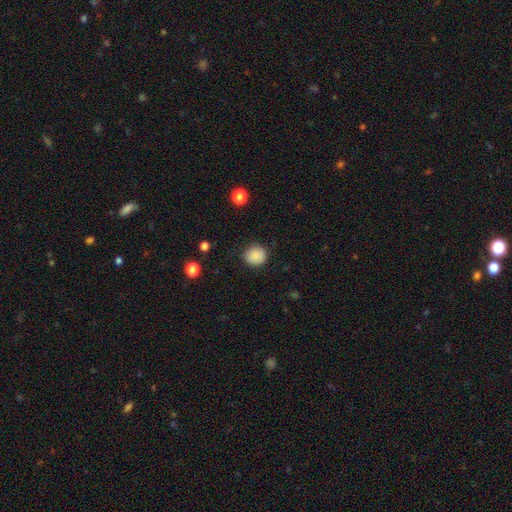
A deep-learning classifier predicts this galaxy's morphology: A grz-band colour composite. It shows a smooth galaxy with no disk features (87%) that is round (89%). Merging: none (84%).